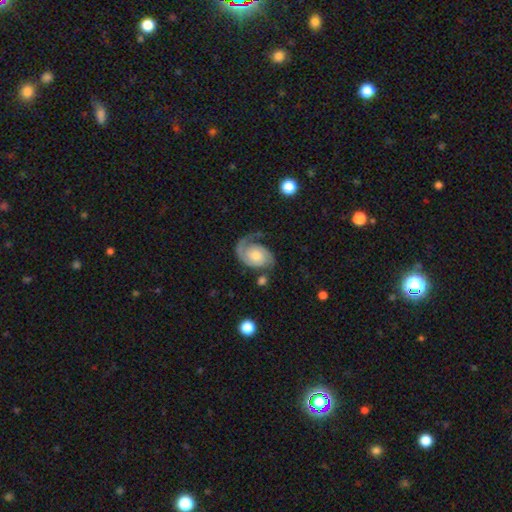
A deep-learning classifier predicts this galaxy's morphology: smooth-or-featured: featured or disk: 84% | smooth: 11% | star or artifact: 5%
  disk-edge-on: no: 98% | yes: 2%
    bar: no: 73% | weak: 23% | strong: 4%
    has-spiral-arms: yes: 97% | no: 3%
      spiral-winding: tight: 47% | medium: 38% | loose: 15%
      spiral-arm-count: 2: 72% | 1: 20% | can't tell: 4% | 3: 2% | 4: 1% | more than 4: 1%
    bulge-size: moderate: 50% | small: 27% | large: 14% | none: 7% | dominant: 2%
  merging: none: 58% | minor disturbance: 21% | major disturbance: 17% | merger: 4%